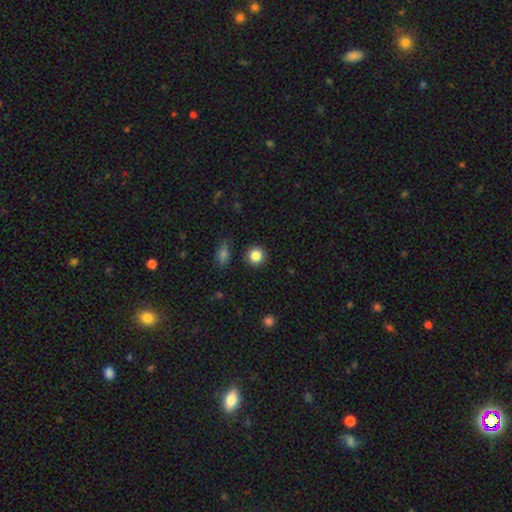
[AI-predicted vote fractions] Q: Smooth or featured?
A: smooth (85%); runner-up: star or artifact (10%)
Q: How rounded?
A: round (92%); runner-up: in between (7%)
Q: Merging?
A: none (90%); runner-up: minor disturbance (6%)